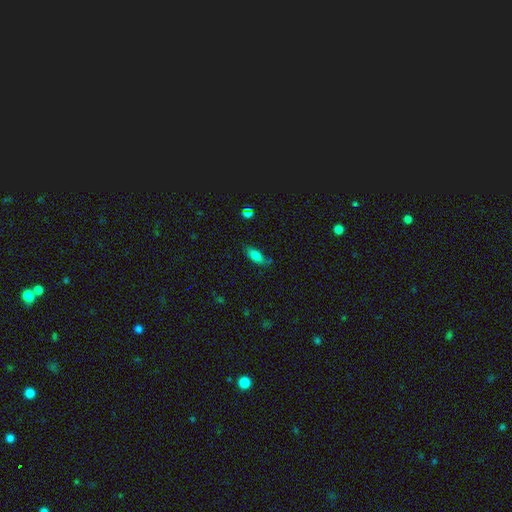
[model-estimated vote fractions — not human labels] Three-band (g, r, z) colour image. It shows a smooth galaxy with no disk features (75%) that is in between round and cigar-shaped (76%). Merging: none (71%).